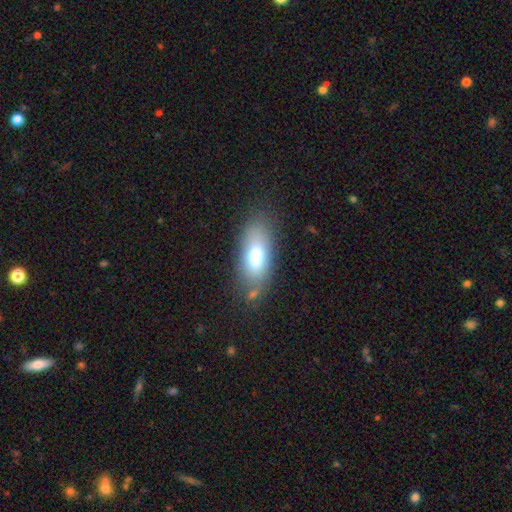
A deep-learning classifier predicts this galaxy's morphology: type=smooth (74%); roundness=in between (80%); merging=none (73%).